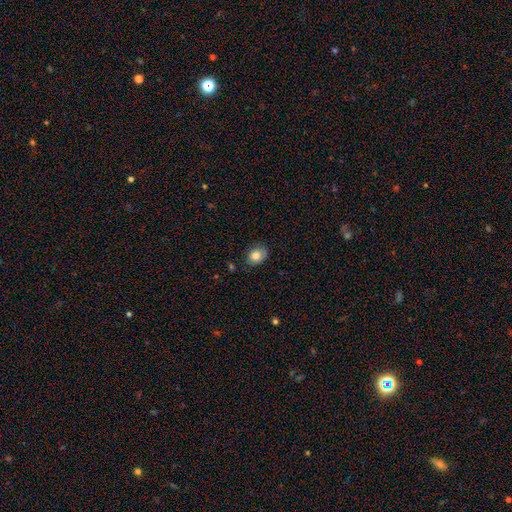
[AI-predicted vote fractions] Overall: smooth (81%). How rounded: round (52%; in between 47%). Merging: none (72%).